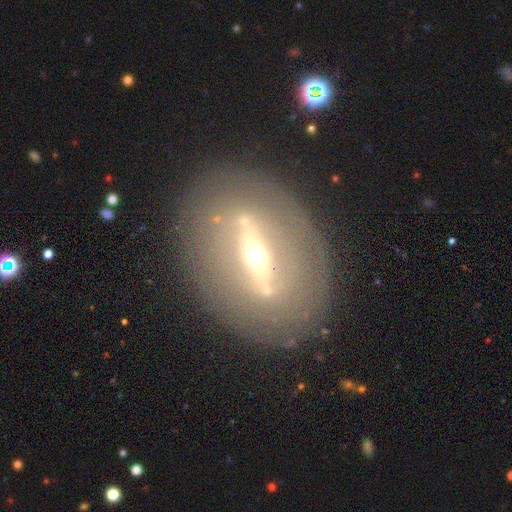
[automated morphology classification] A featured or disk galaxy (73%). Merging: none (77%).